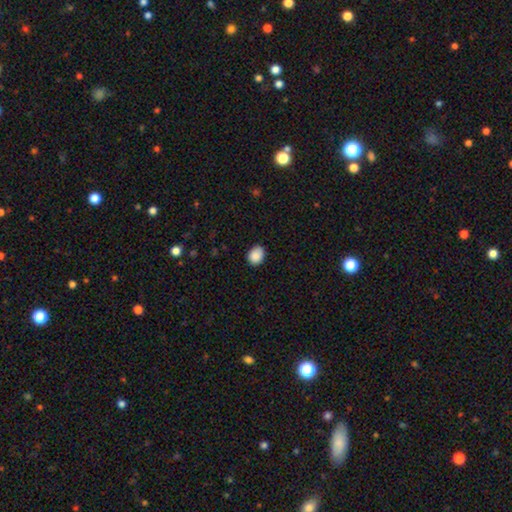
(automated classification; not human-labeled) A smooth galaxy with no disk features (88%) that is round (52%). Merging: none (80%).